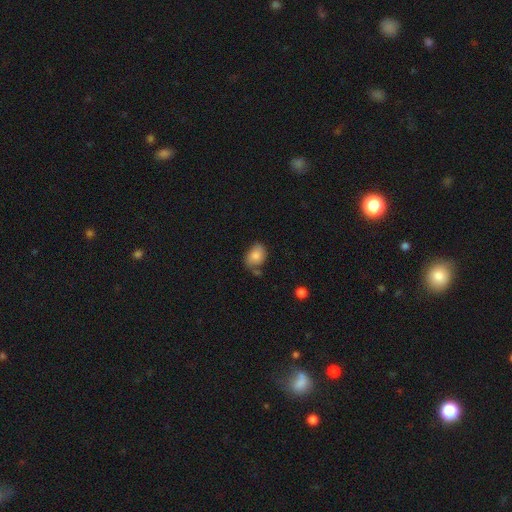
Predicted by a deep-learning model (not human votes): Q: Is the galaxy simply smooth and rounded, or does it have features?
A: smooth — 82%.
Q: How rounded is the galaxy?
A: in between — 77%.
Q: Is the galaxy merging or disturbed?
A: none — 56%.